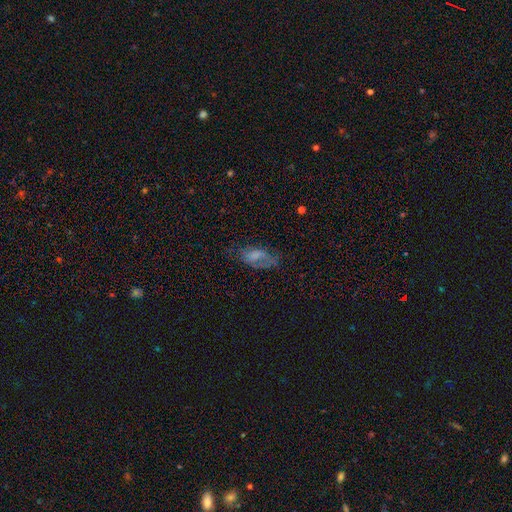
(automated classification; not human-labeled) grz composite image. It shows a smooth galaxy with no disk features (53%) that is in between round and cigar-shaped (87%). Merging: none (46%).